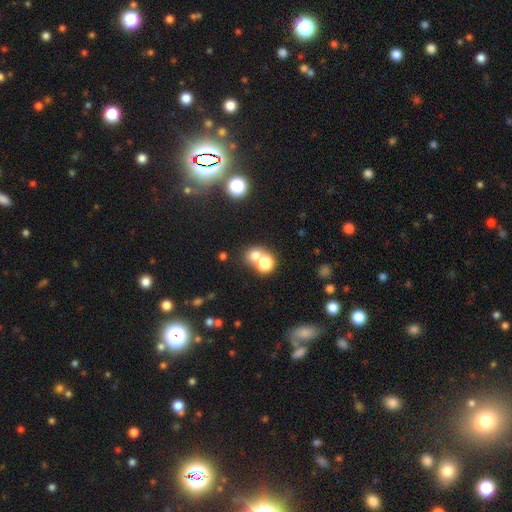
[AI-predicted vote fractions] Smooth or featured: smooth — 69% (star or artifact — 20%)
How rounded: round — 72% (in between — 27%)
Merging: merger — 46% (none — 43%)